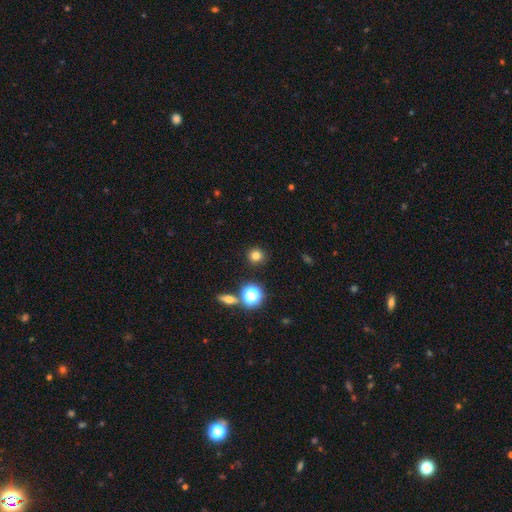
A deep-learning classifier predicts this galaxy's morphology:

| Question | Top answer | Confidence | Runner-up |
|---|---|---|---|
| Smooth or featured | smooth | 78% | star or artifact (16%) |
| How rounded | round | 93% | in between (6%) |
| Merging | none | 89% | minor disturbance (6%) |